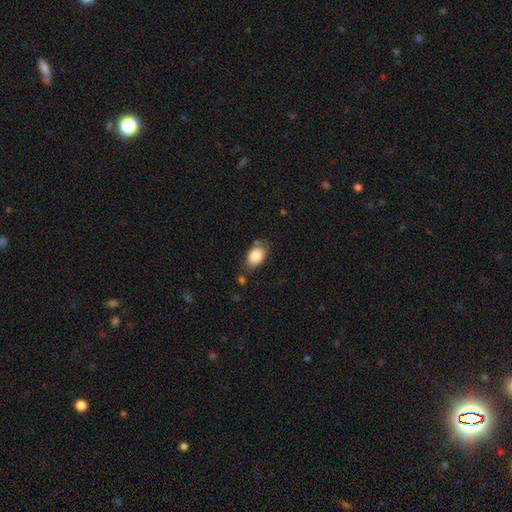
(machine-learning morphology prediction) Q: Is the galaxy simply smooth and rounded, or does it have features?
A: smooth — 85%.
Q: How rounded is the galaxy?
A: in between — 85%.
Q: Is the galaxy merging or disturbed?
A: none — 69%.